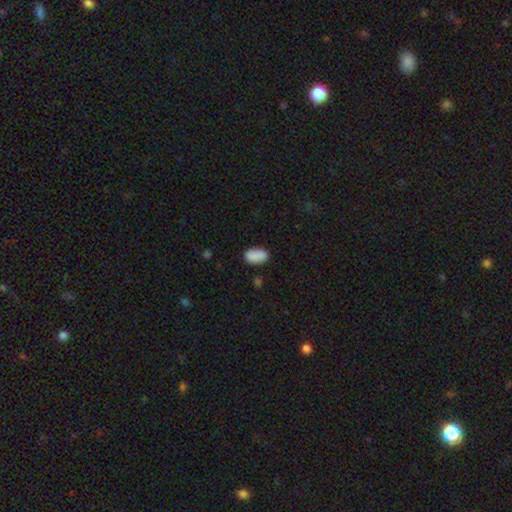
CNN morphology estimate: type=smooth (87%); roundness=in between (93%); merging=none (80%).